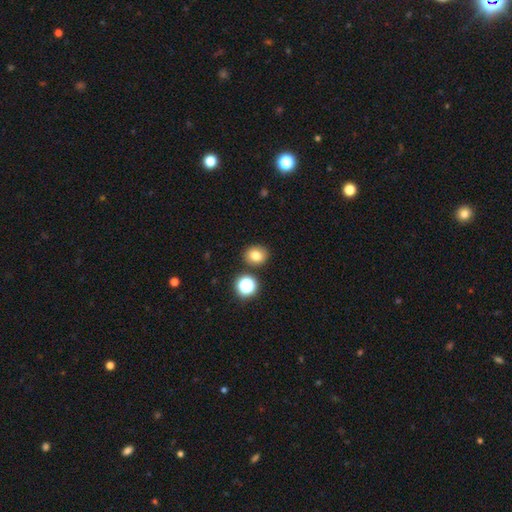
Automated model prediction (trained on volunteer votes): Smooth or featured?
  - smooth: 78% *
  - star or artifact: 14%
  - featured or disk: 8%
How rounded?
  - round: 71% *
  - in between: 28%
  - cigar-shaped: 1%
Merging?
  - none: 83% *
  - minor disturbance: 8%
  - merger: 6%
  - major disturbance: 2%